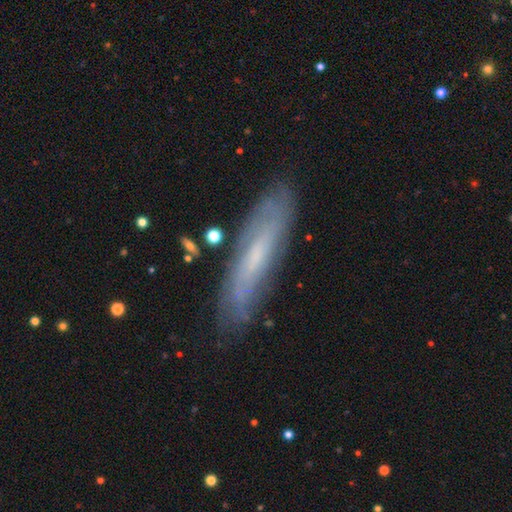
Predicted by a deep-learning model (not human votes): smooth_or_featured: featured or disk (p=0.54) [alt: smooth p=0.39]
disk_edge_on: no (p=0.53) [alt: yes p=0.47]
merging: none (p=0.81) [alt: minor disturbance p=0.14]